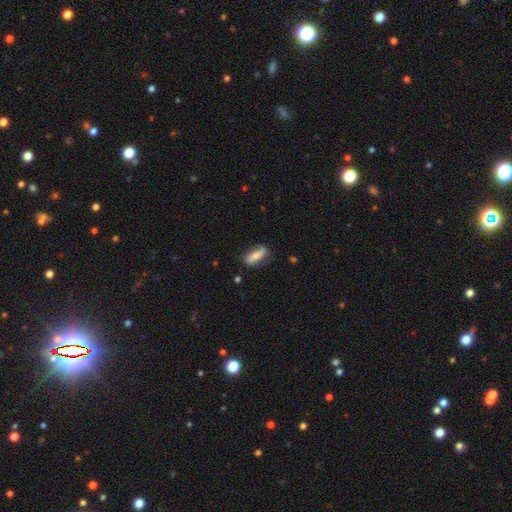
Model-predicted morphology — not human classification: smooth 56%, featured or disk 38%, star or artifact 7%. Down the decision tree: how rounded — in between (66%); merging — none (75%).